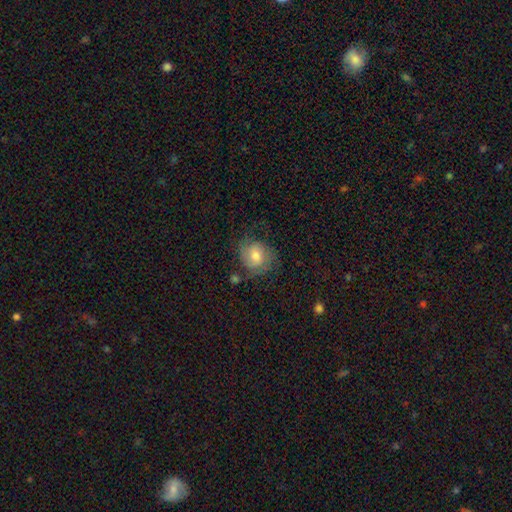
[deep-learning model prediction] smooth_or_featured: smooth (p=0.52) [alt: featured or disk p=0.39]
how_rounded: round (p=0.68) [alt: in between p=0.31]
merging: none (p=0.62) [alt: minor disturbance p=0.23]